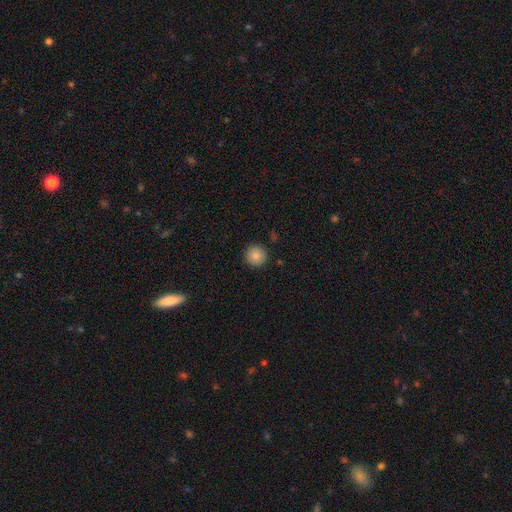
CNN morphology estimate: Smooth or featured: smooth — 86% (star or artifact — 9%)
How rounded: round — 95% (in between — 4%)
Merging: none — 91% (minor disturbance — 6%)